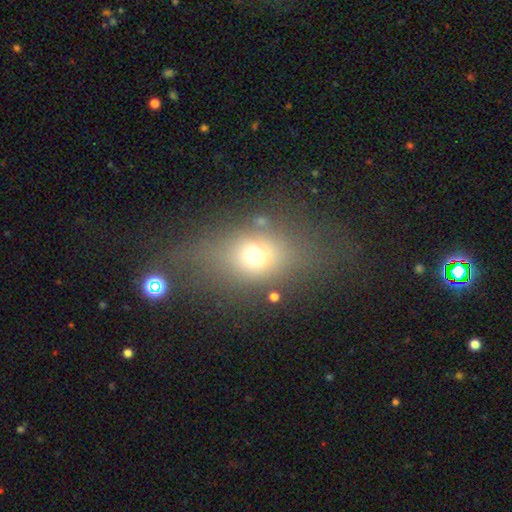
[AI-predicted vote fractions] The model was most divided on "how rounded": in between: 53%, round: 43%, cigar-shaped: 4%. More confident: smooth or featured — smooth (66%); merging — none (55%).